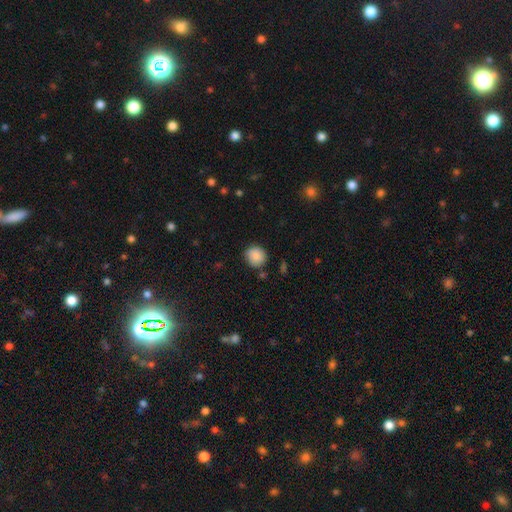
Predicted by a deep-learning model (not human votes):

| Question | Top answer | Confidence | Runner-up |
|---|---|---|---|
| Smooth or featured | smooth | 85% | star or artifact (8%) |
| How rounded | round | 92% | in between (7%) |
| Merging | none | 81% | minor disturbance (13%) |